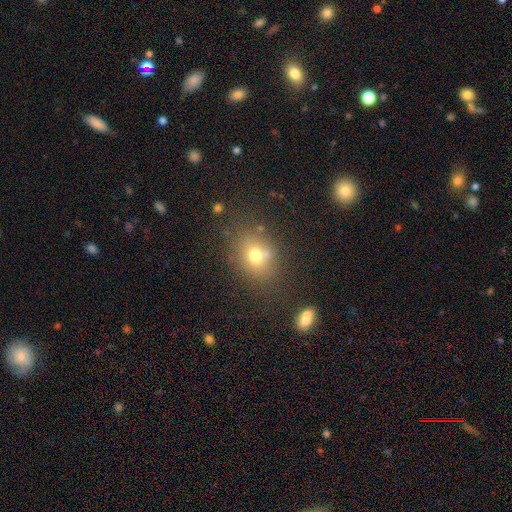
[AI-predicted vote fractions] Smooth or featured? Predicted: smooth (p=0.69). How rounded? Predicted: round (p=0.51). Merging? Predicted: none (p=0.67).